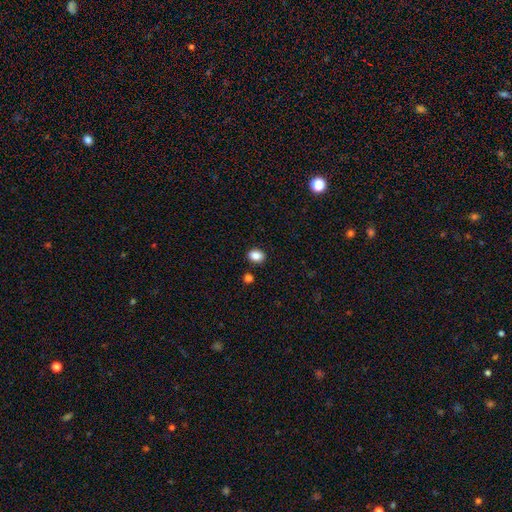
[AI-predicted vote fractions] Smooth or featured? Predicted: smooth (p=0.86). How rounded? Predicted: in between (p=0.64). Merging? Predicted: none (p=0.87).